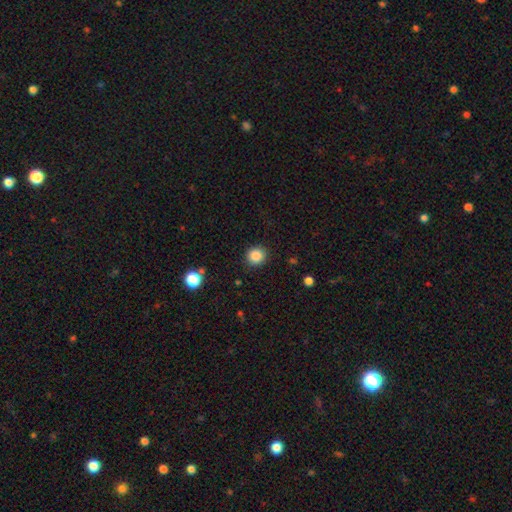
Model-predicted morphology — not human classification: smooth-or-featured: smooth: 86% | star or artifact: 10% | featured or disk: 4%
  how-rounded: round: 89% | in between: 10% | cigar-shaped: 1%
  merging: none: 90% | minor disturbance: 7% | major disturbance: 2% | merger: 1%